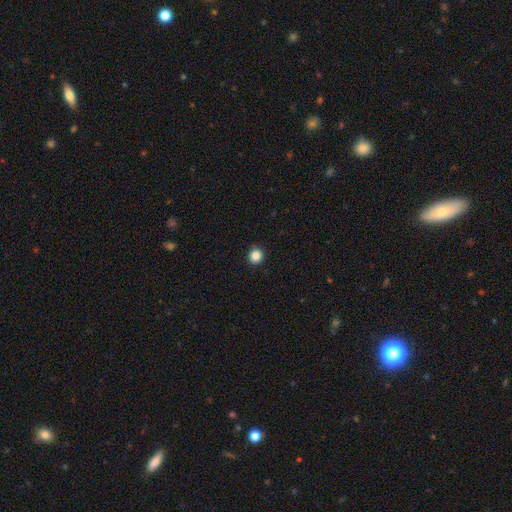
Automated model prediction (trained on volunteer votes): A smooth galaxy with no disk features (86%) that is round (91%). Merging: none (92%).